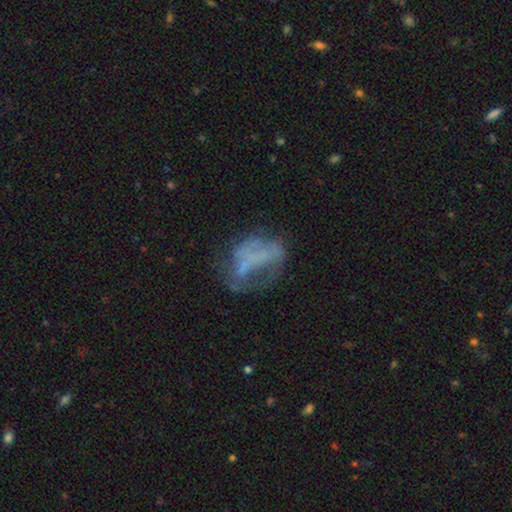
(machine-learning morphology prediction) Q: Smooth or featured?
A: featured or disk (53%); runner-up: smooth (29%)
Q: Edge-on disk?
A: no (96%); runner-up: yes (4%)
Q: Bar?
A: no (78%); runner-up: weak (13%)
Q: Spiral arms?
A: no (85%); runner-up: yes (15%)
Q: Bulge size?
A: none (78%); runner-up: small (12%)
Q: Merging?
A: none (38%); runner-up: major disturbance (35%)